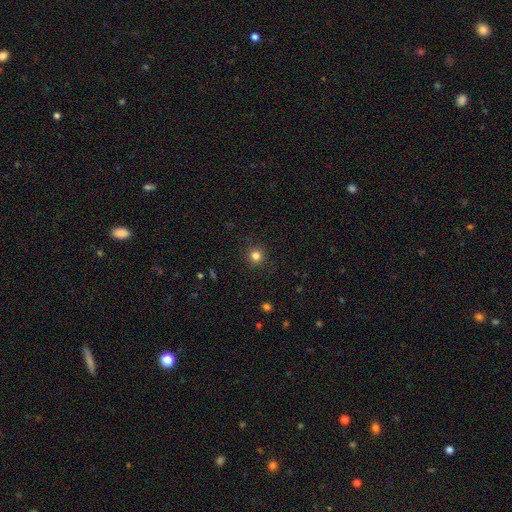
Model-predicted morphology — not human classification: Smooth or featured? Predicted: smooth (p=0.81). How rounded? Predicted: round (p=0.94). Merging? Predicted: none (p=0.91).